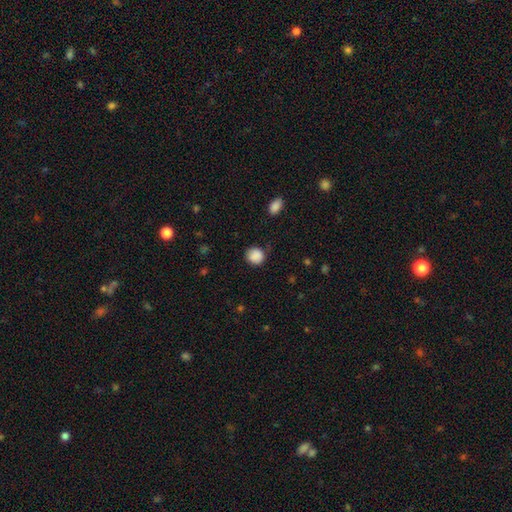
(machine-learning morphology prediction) A smooth galaxy with no disk features (88%) that is round (85%).

Vote fractions:
- Smooth or featured? smooth: 88% / star or artifact: 9% / featured or disk: 4%
- How rounded? round: 85% / in between: 14% / cigar-shaped: 1%
- Merging? none: 79% / minor disturbance: 15% / major disturbance: 4% / merger: 2%